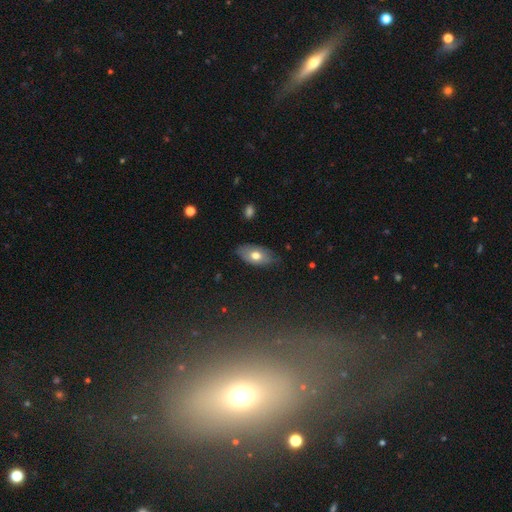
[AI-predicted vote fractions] Smooth or featured: smooth — 65% (featured or disk — 28%)
How rounded: in between — 92% (round — 5%)
Merging: none — 74% (minor disturbance — 21%)